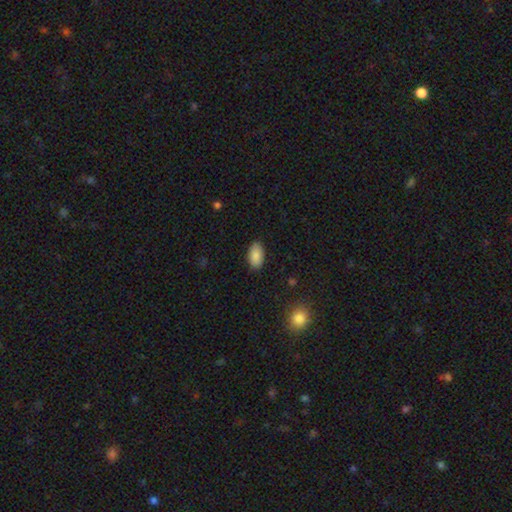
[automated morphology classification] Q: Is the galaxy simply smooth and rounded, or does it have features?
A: smooth — 87%.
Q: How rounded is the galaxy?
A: in between — 94%.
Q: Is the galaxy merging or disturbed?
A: none — 88%.